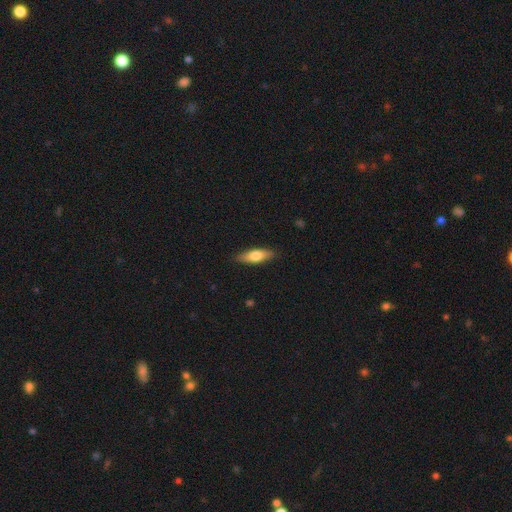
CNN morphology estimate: This appears to be a smooth galaxy with no disk features (66%) that is cigar-shaped (50%). Merging: none (87%).